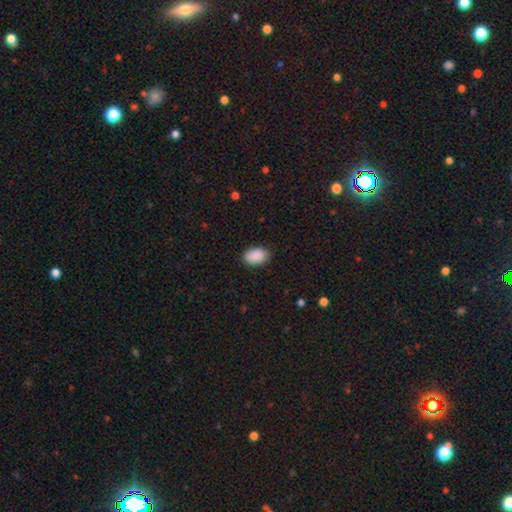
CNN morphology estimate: smooth 91%, star or artifact 7%, featured or disk 3%. Down the decision tree: how rounded — in between (89%); merging — none (87%).